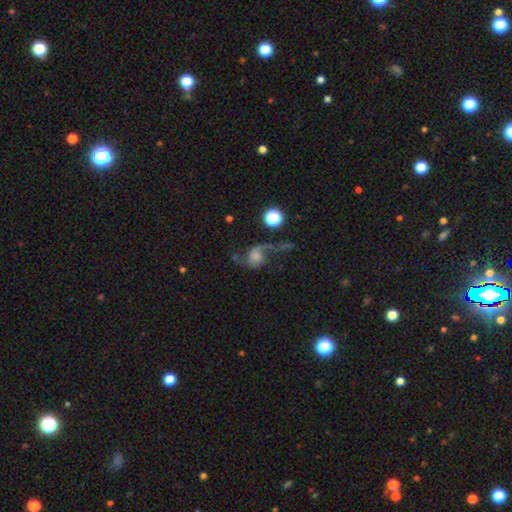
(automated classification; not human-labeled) This appears to be a featured or disk galaxy (66%) with no bar (71%), 2 (74%) loose (78%) spiral arms (89%) and a small central bulge (37%). Merging: none (38%).